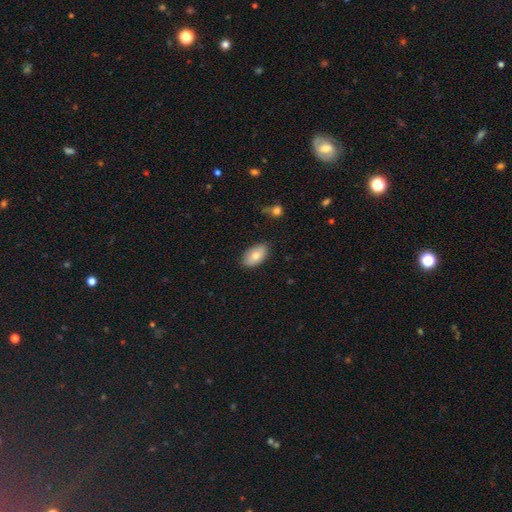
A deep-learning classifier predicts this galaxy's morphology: This is likely a smooth galaxy (75%). How rounded: clearly in between (93%). Merging: clearly none (81%).